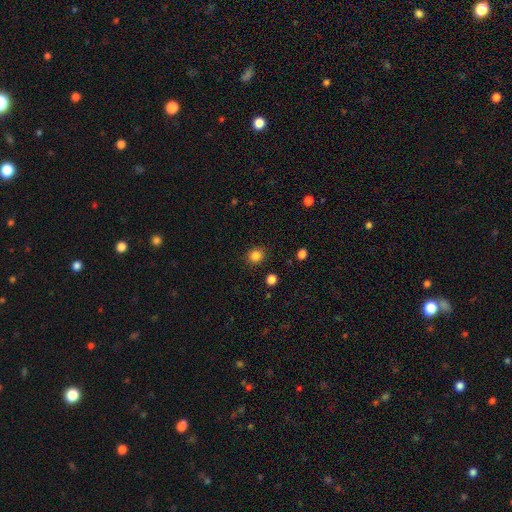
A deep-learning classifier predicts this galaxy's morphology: Overall: smooth (84%). How rounded: round (83%). Merging: none (89%).